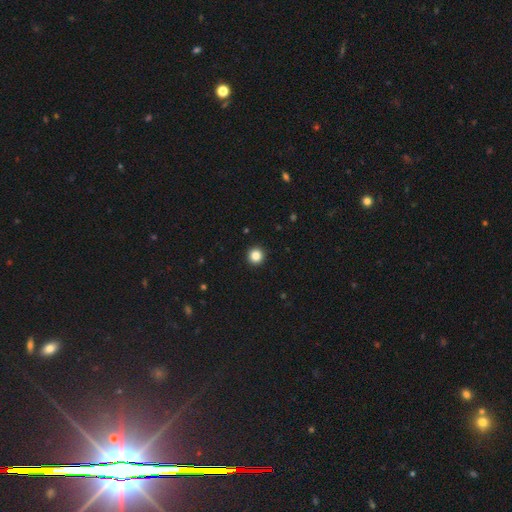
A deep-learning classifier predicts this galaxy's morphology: The model was most divided on "smooth or featured": smooth: 84%, star or artifact: 11%, featured or disk: 4%. More confident: how rounded — round (96%); merging — none (94%).